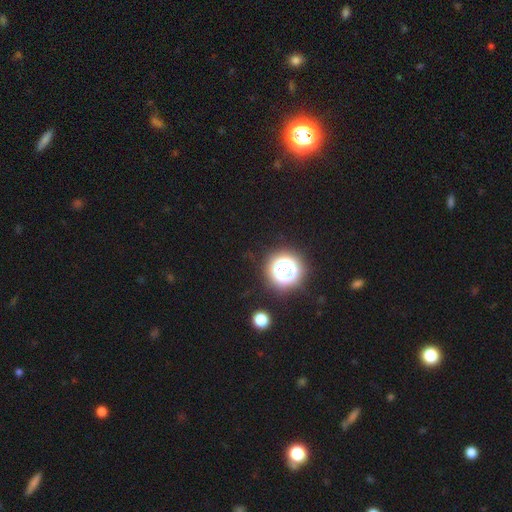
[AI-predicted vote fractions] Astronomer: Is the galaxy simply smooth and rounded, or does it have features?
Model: star or artifact — 76%.